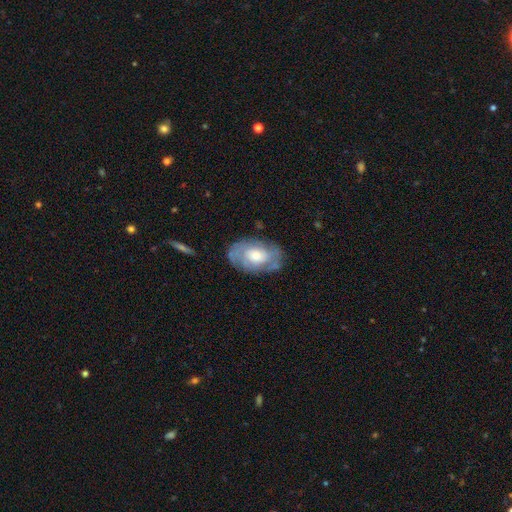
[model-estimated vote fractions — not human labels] Overall: featured or disk (53%; smooth 40%). Edge-on disk: no (94%). Bar: no (78%). Spiral arms: yes (62%; no 38%). Bulge size: moderate (52%; large 30%). Merging: none (73%).